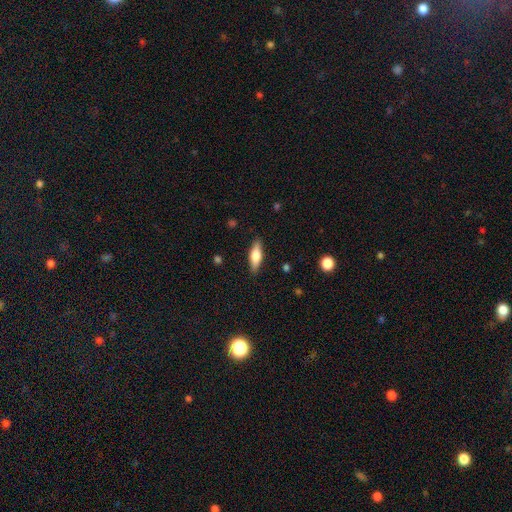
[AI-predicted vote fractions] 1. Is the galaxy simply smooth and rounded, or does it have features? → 63% smooth, 31% featured or disk, 6% star or artifact.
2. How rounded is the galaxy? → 58% in between, 40% cigar-shaped, 3% round.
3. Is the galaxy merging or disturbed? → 87% none, 10% minor disturbance, 2% major disturbance, 1% merger.